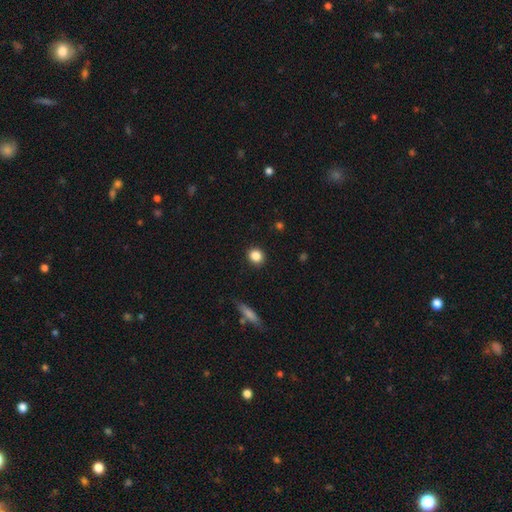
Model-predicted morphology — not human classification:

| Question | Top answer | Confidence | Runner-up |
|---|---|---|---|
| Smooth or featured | smooth | 85% | star or artifact (10%) |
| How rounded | round | 82% | in between (17%) |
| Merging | none | 90% | minor disturbance (7%) |